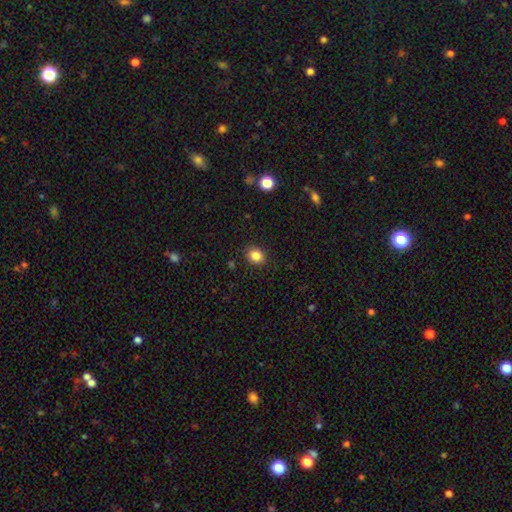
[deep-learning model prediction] smooth_or_featured: smooth (p=0.85) [alt: star or artifact p=0.10]
how_rounded: round (p=0.58) [alt: in between p=0.42]
merging: none (p=0.89) [alt: minor disturbance p=0.08]